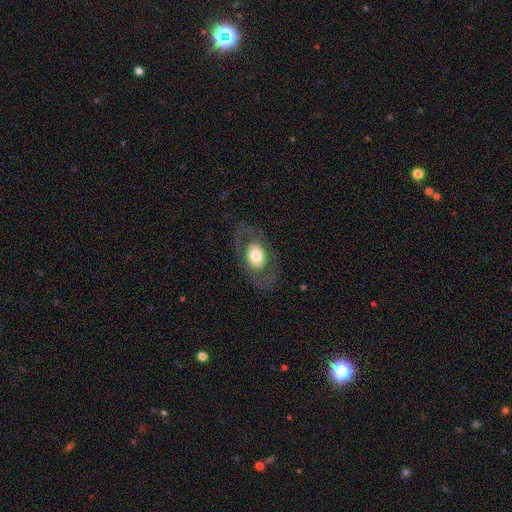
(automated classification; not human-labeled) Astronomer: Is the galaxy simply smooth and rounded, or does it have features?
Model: smooth — 48% (runner-up: featured or disk, 45%).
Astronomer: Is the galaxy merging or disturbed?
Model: none — 77%.